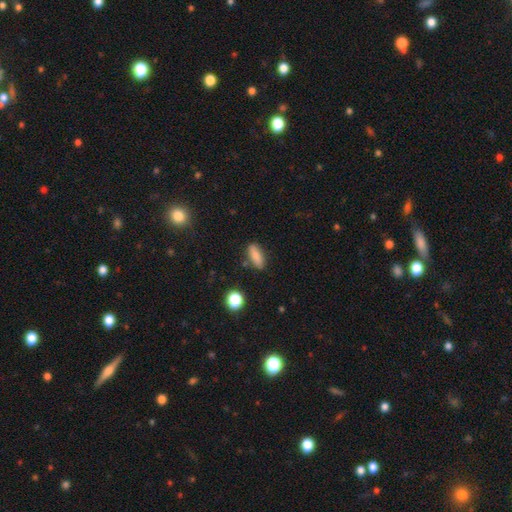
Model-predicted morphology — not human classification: type=smooth (82%); roundness=in between (64%); merging=none (81%).